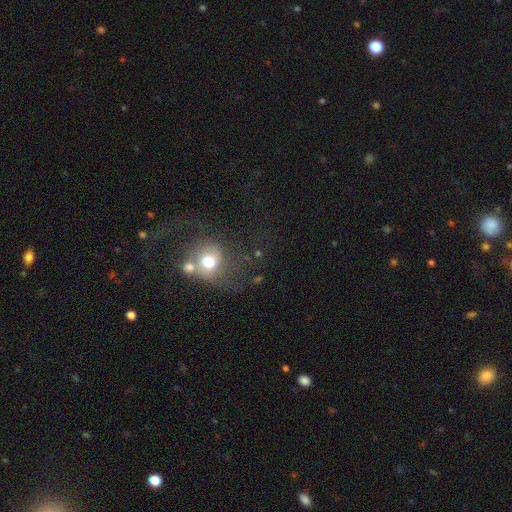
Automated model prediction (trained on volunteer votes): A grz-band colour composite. It shows a featured or disk galaxy (51%). Merging: none (35%).